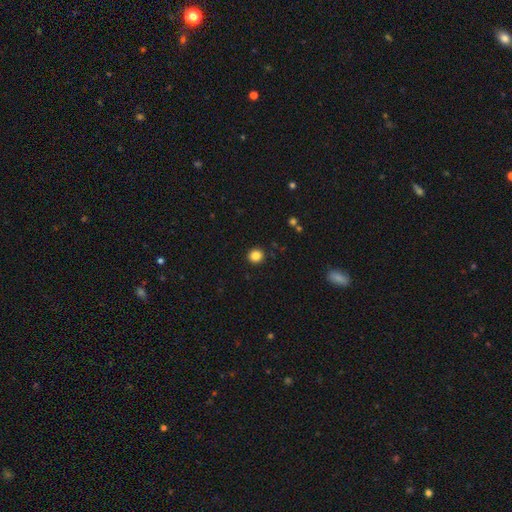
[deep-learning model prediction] A smooth galaxy with no disk features (85%) that is round (92%). Merging: none (92%).